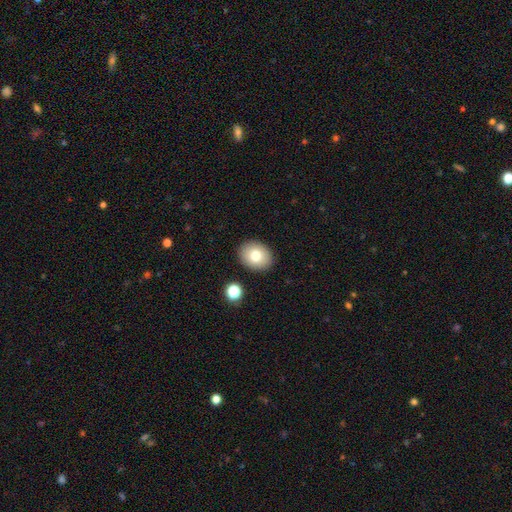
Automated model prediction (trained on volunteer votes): A smooth galaxy with no disk features (79%) that is in between round and cigar-shaped (55%). Merging: none (88%).